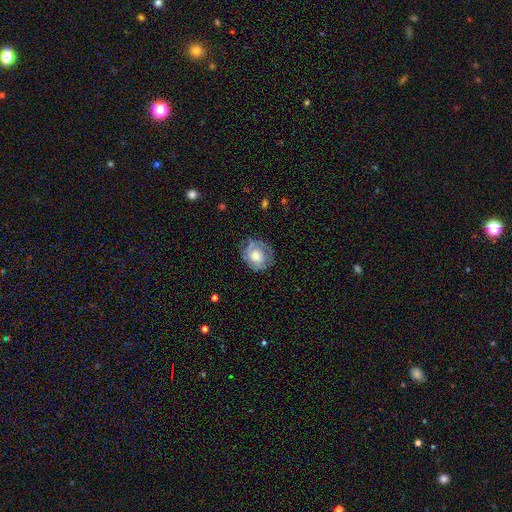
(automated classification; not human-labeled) A featured or disk galaxy (51%).

Vote fractions:
- Smooth or featured? featured or disk: 51% / smooth: 41% / star or artifact: 8%
- Edge-on disk? no: 97% / yes: 3%
- Merging? none: 71% / minor disturbance: 20% / major disturbance: 8% / merger: 1%